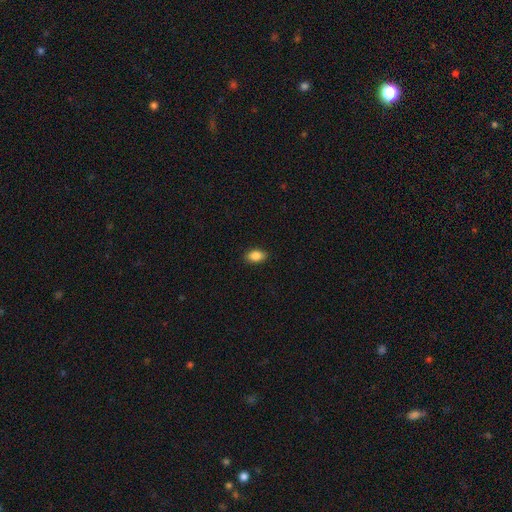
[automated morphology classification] Q: Smooth or featured?
A: smooth (86%); runner-up: star or artifact (8%)
Q: How rounded?
A: in between (89%); runner-up: round (9%)
Q: Merging?
A: none (88%); runner-up: minor disturbance (9%)